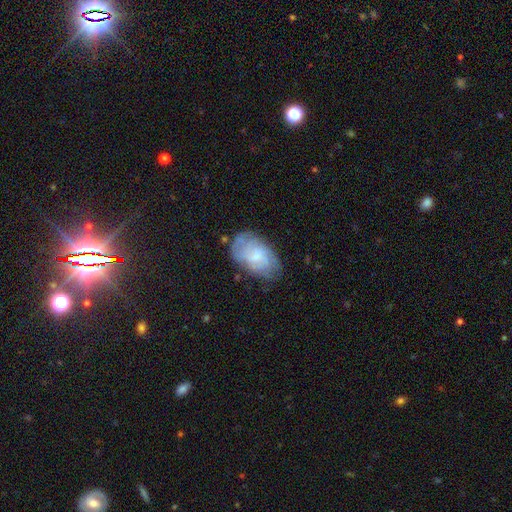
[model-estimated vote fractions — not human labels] featured or disk 49%, smooth 43%, star or artifact 8%. Down the decision tree: merging — none (64%).